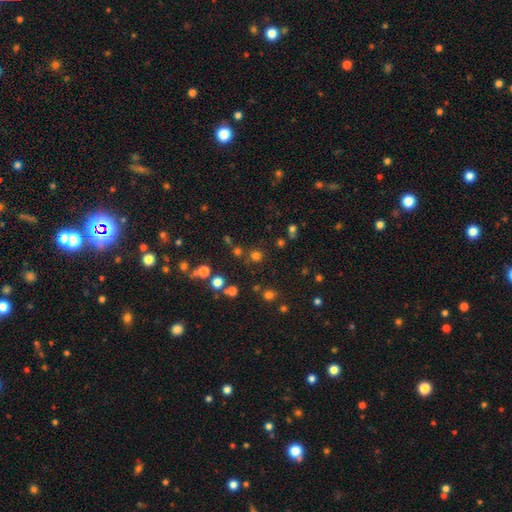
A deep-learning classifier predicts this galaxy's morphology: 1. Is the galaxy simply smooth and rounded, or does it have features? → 68% smooth, 26% star or artifact, 6% featured or disk.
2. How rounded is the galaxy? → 92% round, 7% in between, 1% cigar-shaped.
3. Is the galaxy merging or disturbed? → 80% none, 8% merger, 8% minor disturbance, 3% major disturbance.